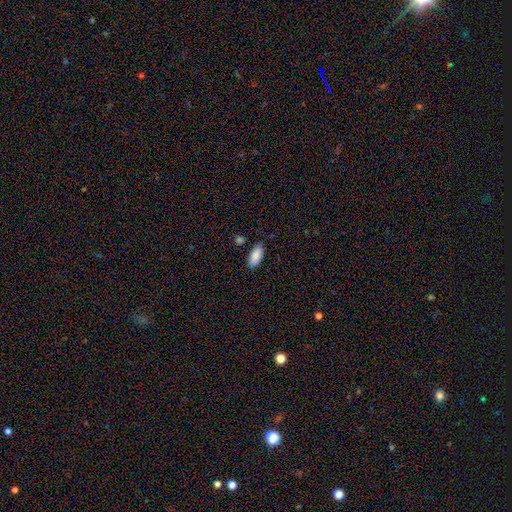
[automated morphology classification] Smooth or featured? Predicted: smooth (p=0.88). How rounded? Predicted: in between (p=0.90). Merging? Predicted: none (p=0.78).